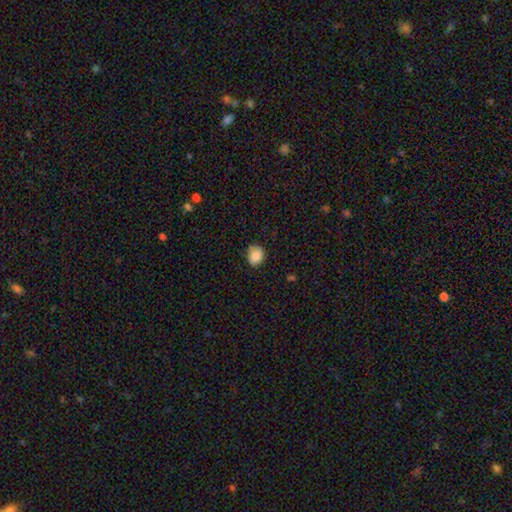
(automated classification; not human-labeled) Morphology: type=smooth (85%); roundness=round (58%); merging=none (70%).